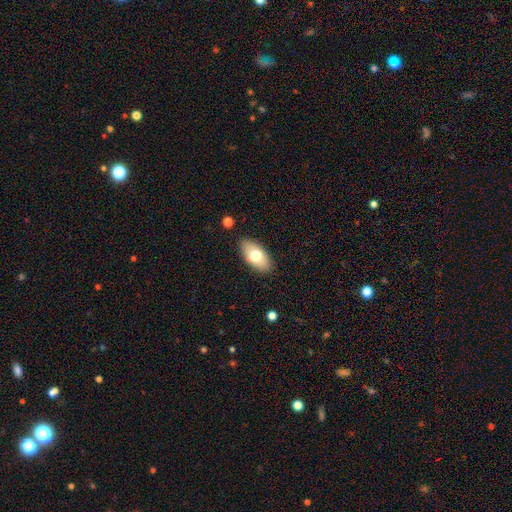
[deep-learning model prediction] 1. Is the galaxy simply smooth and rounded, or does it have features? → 70% smooth, 23% featured or disk, 7% star or artifact.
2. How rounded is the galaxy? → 93% in between, 4% round, 3% cigar-shaped.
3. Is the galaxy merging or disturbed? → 86% none, 10% minor disturbance, 2% major disturbance, 1% merger.